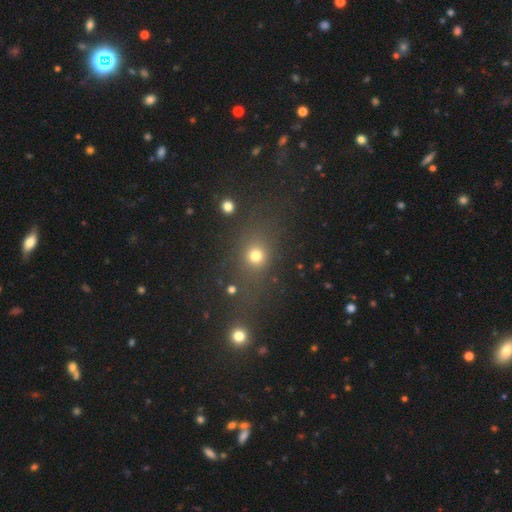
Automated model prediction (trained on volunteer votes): smooth_or_featured: smooth (p=0.69) [alt: star or artifact p=0.21]
how_rounded: round (p=0.66) [alt: in between p=0.30]
merging: none (p=0.65) [alt: merger p=0.12]